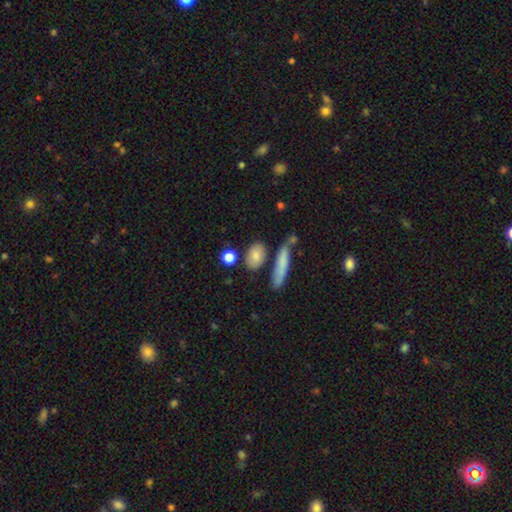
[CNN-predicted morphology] Smooth or featured? Predicted: smooth (p=0.81). How rounded? Predicted: in between (p=0.75). Merging? Predicted: none (p=0.72).